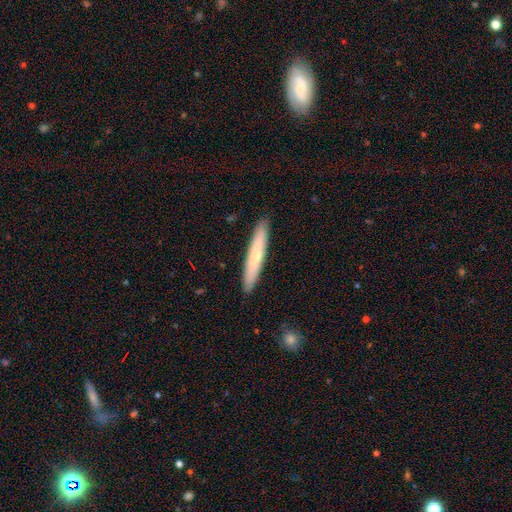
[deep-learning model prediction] Smooth or featured? Predicted: smooth (p=0.63). How rounded? Predicted: cigar-shaped (p=0.94). Merging? Predicted: none (p=0.91).